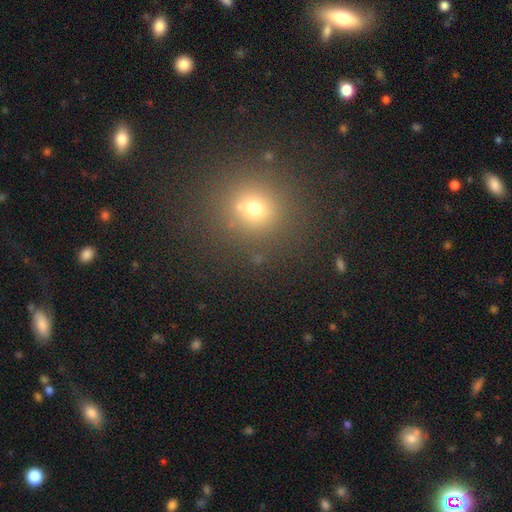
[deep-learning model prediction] This appears to be a smooth galaxy with no disk features (62%) that is round (84%). Merging: none (84%).